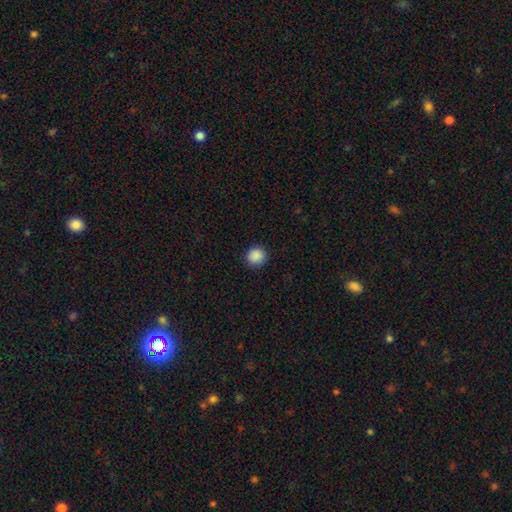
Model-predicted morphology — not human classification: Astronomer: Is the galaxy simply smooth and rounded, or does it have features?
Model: smooth — 89%.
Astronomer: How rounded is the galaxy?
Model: round — 93%.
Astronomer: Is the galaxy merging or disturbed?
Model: none — 91%.